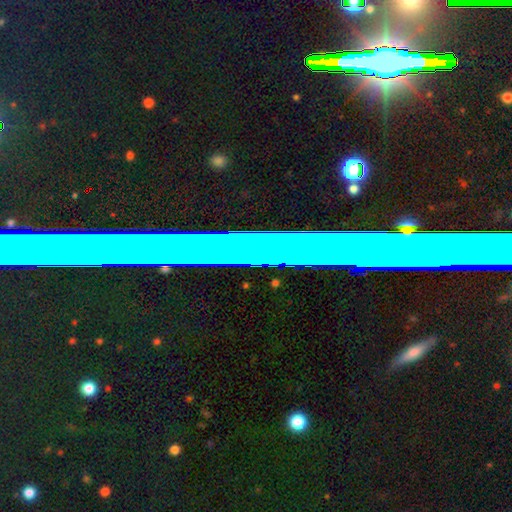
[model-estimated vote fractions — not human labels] This is likely a star or artifact rather than a galaxy (70%).